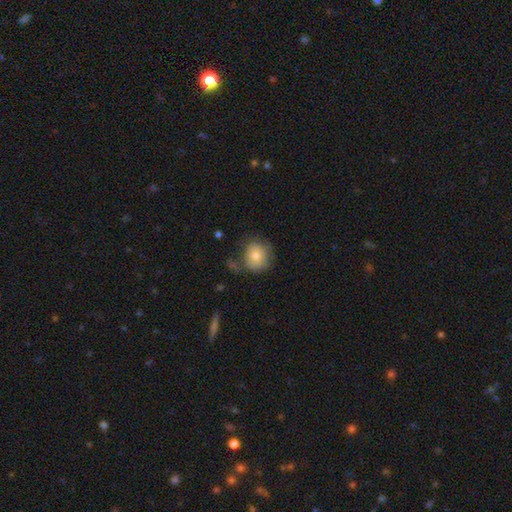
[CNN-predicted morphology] Smooth or featured? Predicted: smooth (p=0.76). How rounded? Predicted: round (p=0.81). Merging? Predicted: none (p=0.63).